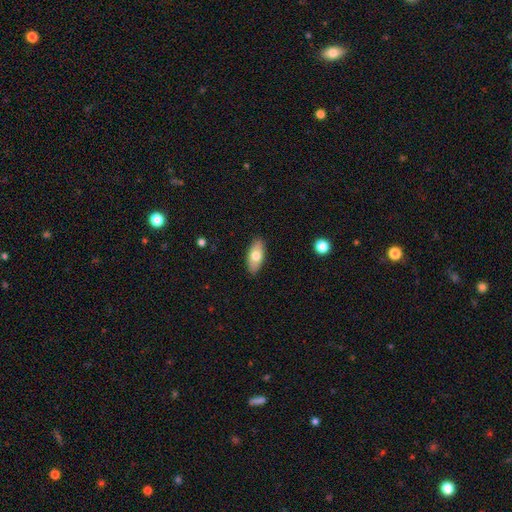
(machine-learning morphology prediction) type=smooth (72%); roundness=in between (87%); merging=none (88%).